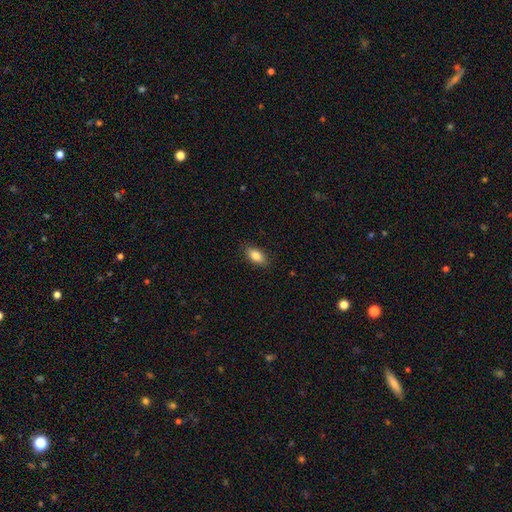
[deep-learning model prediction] A smooth galaxy with no disk features (83%) that is in between round and cigar-shaped (88%).

Vote fractions:
- Smooth or featured? smooth: 83% / featured or disk: 10% / star or artifact: 7%
- How rounded? in between: 88% / cigar-shaped: 7% / round: 5%
- Merging? none: 86% / minor disturbance: 11% / major disturbance: 2% / merger: 1%